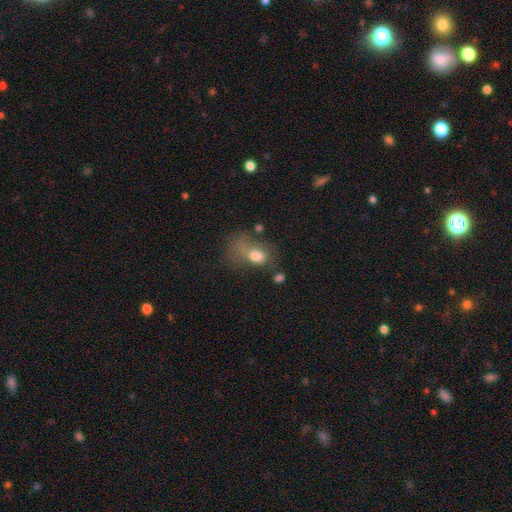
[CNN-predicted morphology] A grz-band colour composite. It shows a smooth galaxy with no disk features (68%) that is in between round and cigar-shaped (70%). Merging: major disturbance (44%).